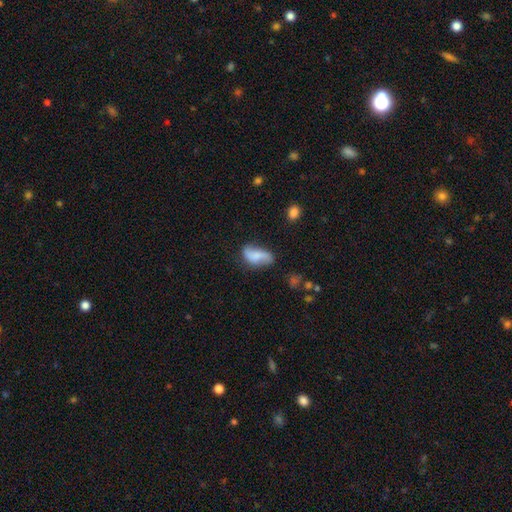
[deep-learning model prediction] Smooth or featured?
  - smooth: 57% *
  - featured or disk: 35%
  - star or artifact: 8%
How rounded?
  - in between: 88% *
  - cigar-shaped: 8%
  - round: 4%
Merging?
  - none: 55% *
  - minor disturbance: 29%
  - major disturbance: 12%
  - merger: 5%